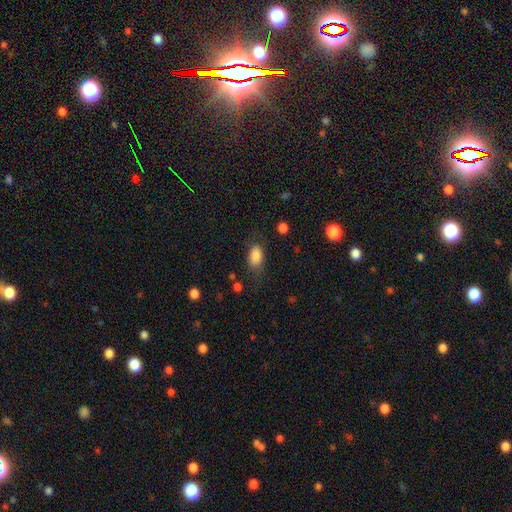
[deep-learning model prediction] Smooth or featured? smooth (85%)
How rounded? in between (86%)
Merging? none (68%)